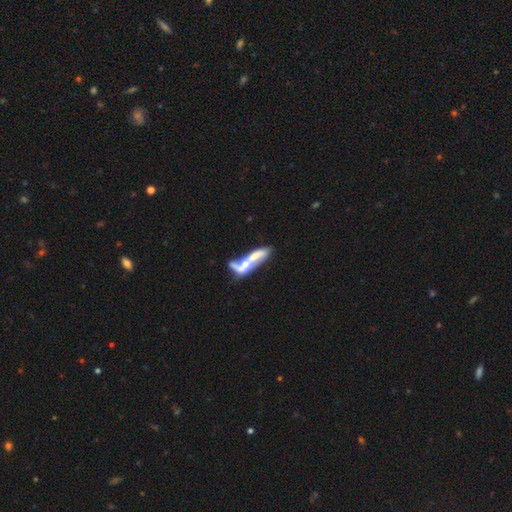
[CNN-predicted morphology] Smooth or featured? Predicted: featured or disk (p=0.57). Edge-on disk? Predicted: no (p=0.74). Merging? Predicted: merger (p=0.55).